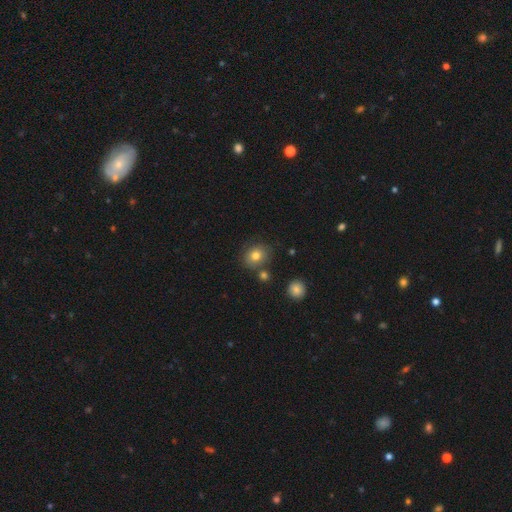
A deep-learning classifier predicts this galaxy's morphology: Q: Smooth or featured?
A: smooth (77%); runner-up: star or artifact (12%)
Q: How rounded?
A: round (70%); runner-up: in between (29%)
Q: Merging?
A: none (75%); runner-up: minor disturbance (12%)